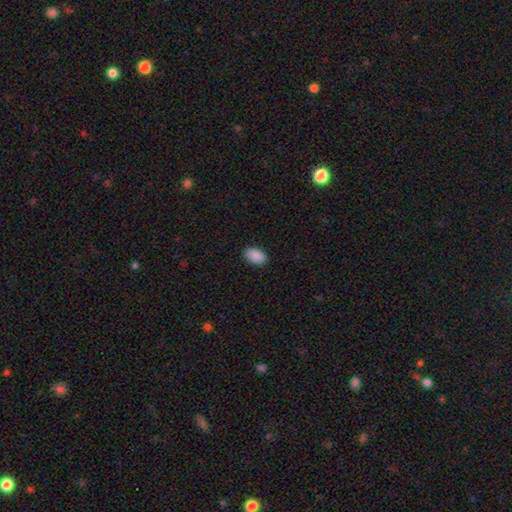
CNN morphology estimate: This appears to be a smooth galaxy with no disk features (90%) that is in between round and cigar-shaped (92%). Merging: none (87%).